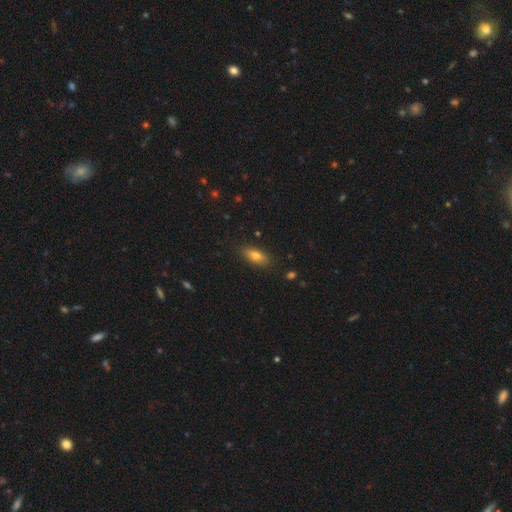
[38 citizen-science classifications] Smooth or featured: smooth — 87% (featured or disk — 8%)
How rounded: in between — 85% (cigar-shaped — 12%)
Merging: none — 89% (minor disturbance — 8%)